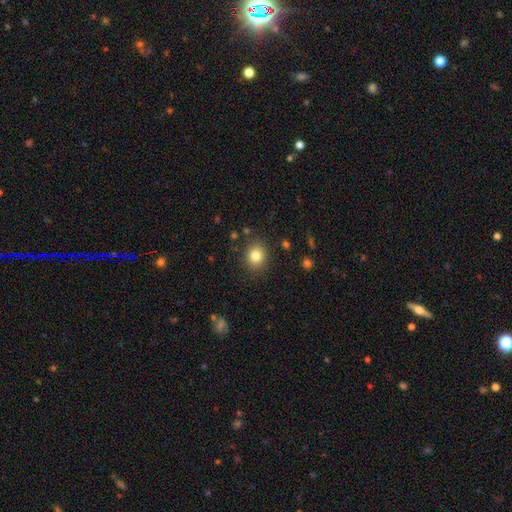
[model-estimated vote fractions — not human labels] A smooth galaxy with no disk features (82%) that is round (75%). Merging: none (87%).